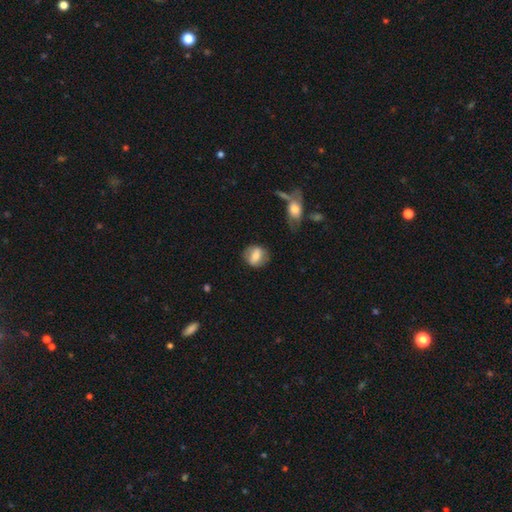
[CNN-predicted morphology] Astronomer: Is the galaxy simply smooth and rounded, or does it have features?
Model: smooth — 68%.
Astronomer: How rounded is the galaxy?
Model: round — 51% (runner-up: in between, 46%).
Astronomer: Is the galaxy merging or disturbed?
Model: none — 79%.